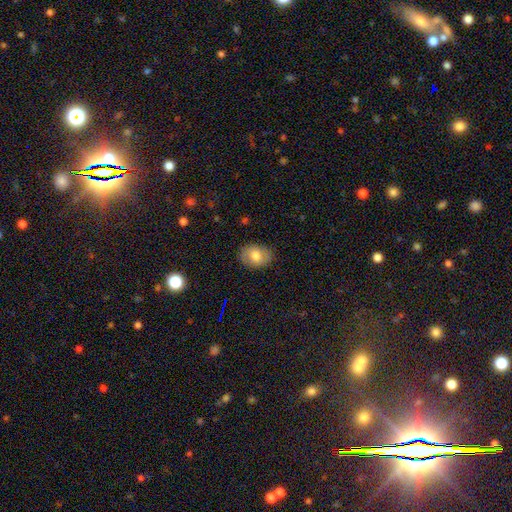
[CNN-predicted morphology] Smooth or featured? Predicted: smooth (p=0.74). How rounded? Predicted: in between (p=0.70). Merging? Predicted: none (p=0.85).